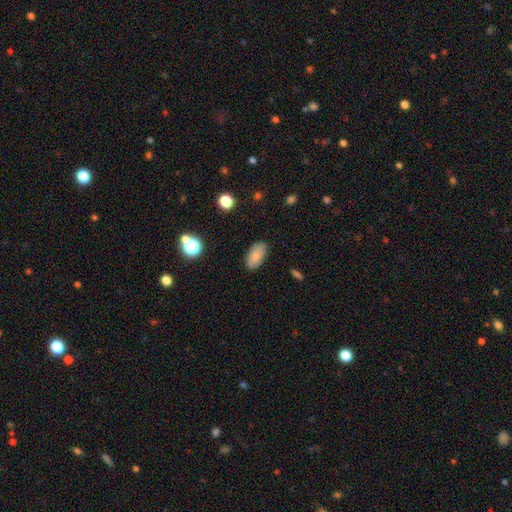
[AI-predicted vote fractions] Overall: smooth (83%). How rounded: in between (93%). Merging: none (86%).